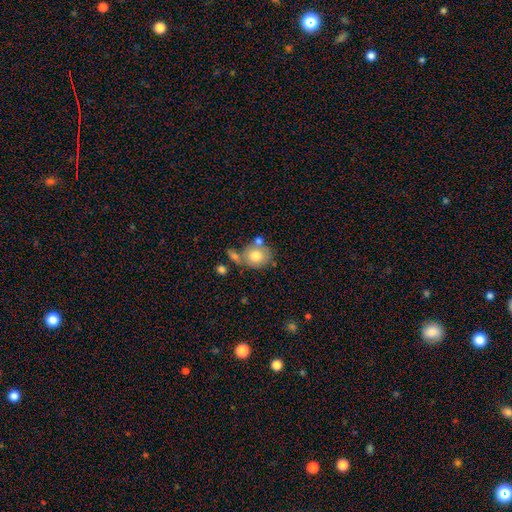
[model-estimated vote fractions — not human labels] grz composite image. It shows a smooth galaxy with no disk features (74%) that is round (69%). Merging: none (54%).